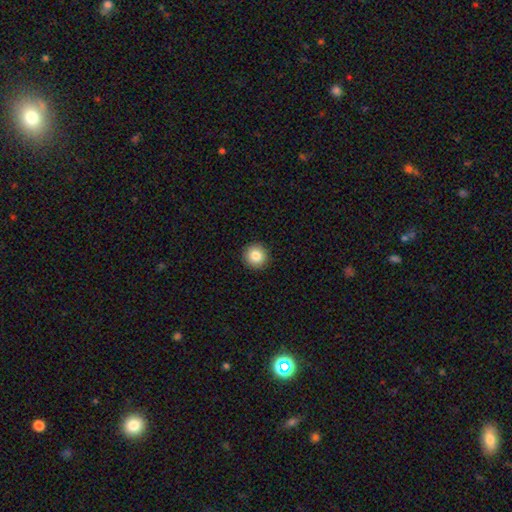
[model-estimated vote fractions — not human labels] Overall: smooth (83%). How rounded: round (95%). Merging: none (93%).